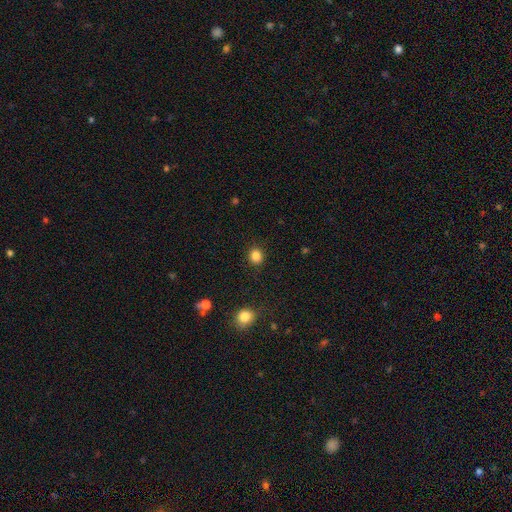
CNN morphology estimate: Smooth or featured?
  - smooth: 85% *
  - star or artifact: 11%
  - featured or disk: 3%
How rounded?
  - round: 82% *
  - in between: 17%
  - cigar-shaped: 1%
Merging?
  - none: 90% *
  - minor disturbance: 7%
  - major disturbance: 2%
  - merger: 1%